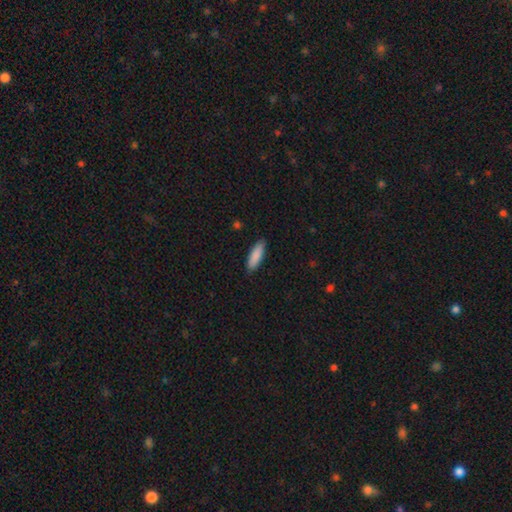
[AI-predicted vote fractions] smooth 88%, featured or disk 6%, star or artifact 6%. Down the decision tree: how rounded — cigar-shaped (51%); merging — none (88%).